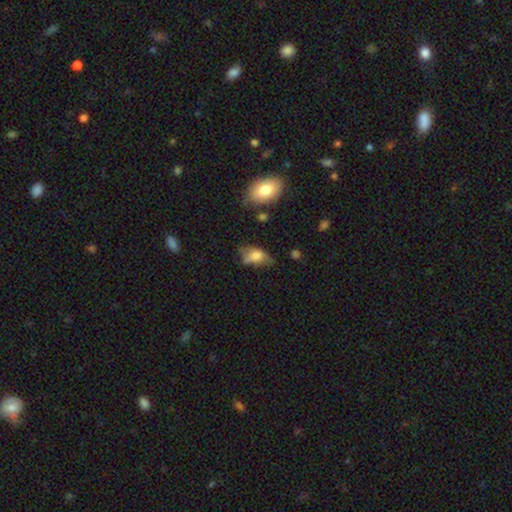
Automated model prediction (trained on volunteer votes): smooth-or-featured: smooth: 63% | featured or disk: 27% | star or artifact: 9%
  how-rounded: in between: 87% | round: 7% | cigar-shaped: 6%
  merging: none: 43% | minor disturbance: 33% | major disturbance: 19% | merger: 6%